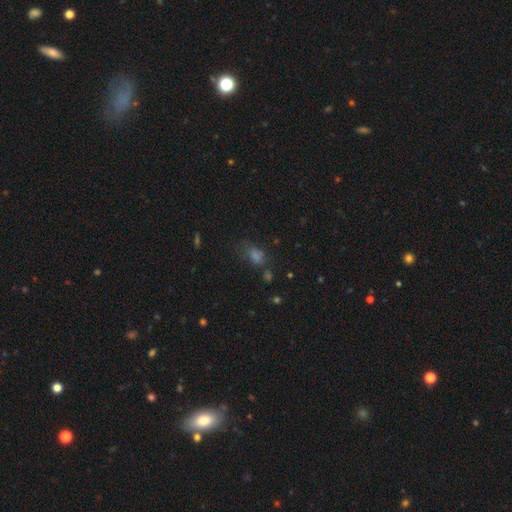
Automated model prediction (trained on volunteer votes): Overall: smooth (57%; star or artifact 32%). How rounded: in between (65%; round 31%). Merging: none (57%; minor disturbance 20%).